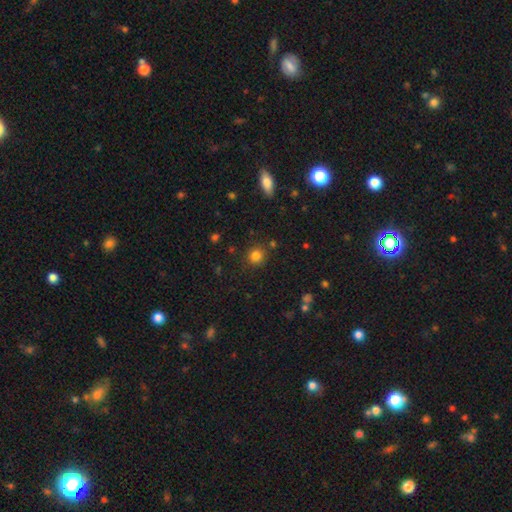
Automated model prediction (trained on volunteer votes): Smooth or featured? Predicted: smooth (p=0.82). How rounded? Predicted: round (p=0.90). Merging? Predicted: none (p=0.86).